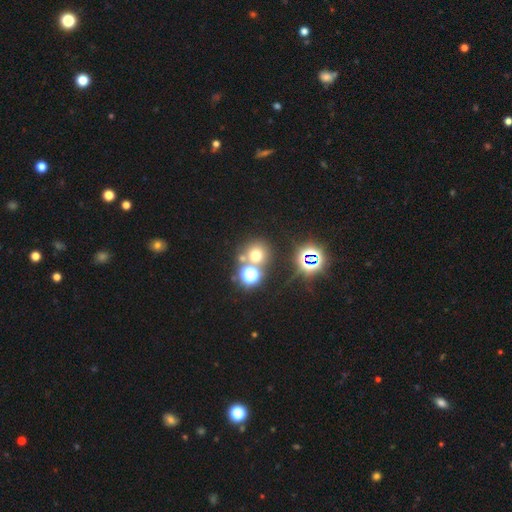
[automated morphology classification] Overall: smooth (57%; star or artifact 34%). How rounded: round (89%). Merging: none (65%).